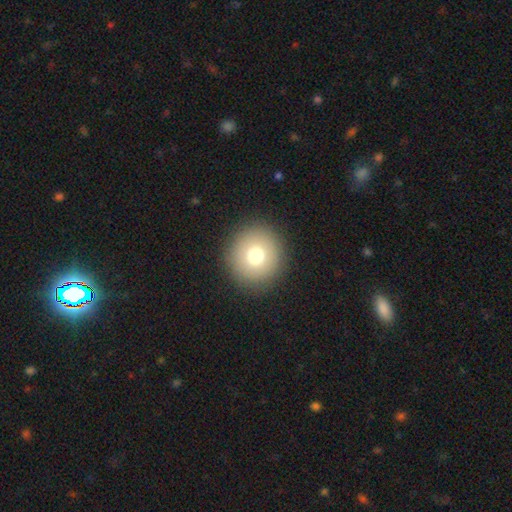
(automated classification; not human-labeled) Smooth or featured: smooth — 74% (featured or disk — 14%)
How rounded: round — 94% (in between — 5%)
Merging: none — 91% (minor disturbance — 6%)